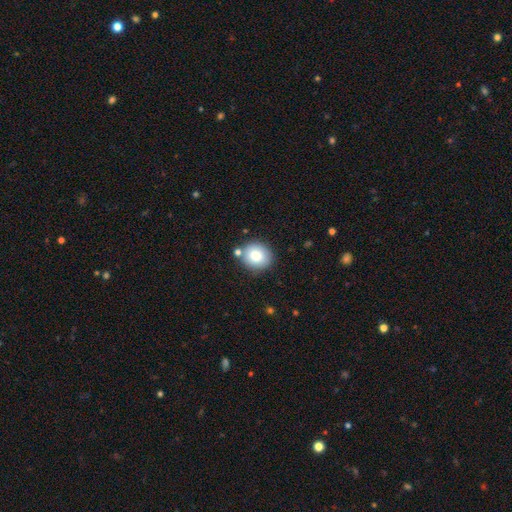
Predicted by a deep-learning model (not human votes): smooth 81%, featured or disk 10%, star or artifact 9%. Down the decision tree: how rounded — round (76%); merging — none (79%).